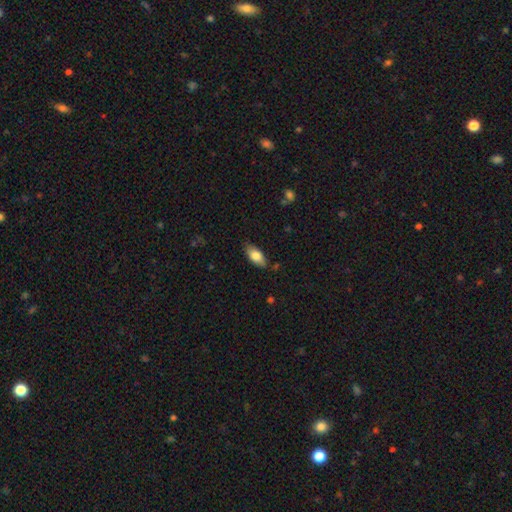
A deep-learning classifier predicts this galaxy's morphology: This is likely a smooth galaxy (78%). How rounded: clearly in between (87%). Merging: likely none (80%).